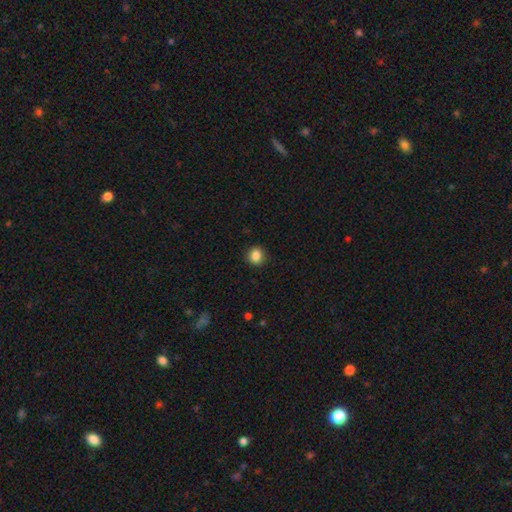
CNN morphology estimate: Smooth or featured? Predicted: smooth (p=0.86). How rounded? Predicted: round (p=0.85). Merging? Predicted: none (p=0.91).